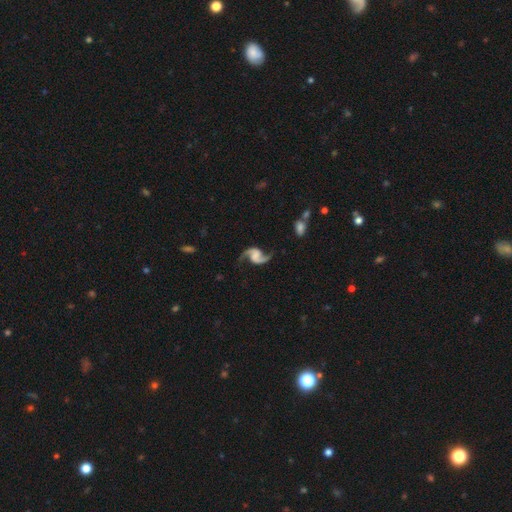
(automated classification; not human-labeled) This is clearly a featured or disk galaxy (92%). It is clearly not viewed edge-on (98%). Bar: possibly no (49%). Spiral arm pattern: clearly yes (98%). Spiral arm count: clearly 2 (94%). Spiral winding: likely loose (66%). Central bulge: possibly none (56%). Merging: likely none (77%).